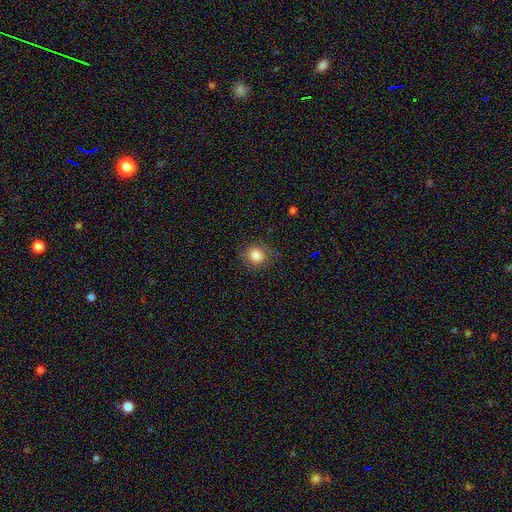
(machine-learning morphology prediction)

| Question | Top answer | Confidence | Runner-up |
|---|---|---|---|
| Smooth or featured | smooth | 82% | star or artifact (11%) |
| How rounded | round | 82% | in between (17%) |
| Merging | none | 80% | minor disturbance (15%) |